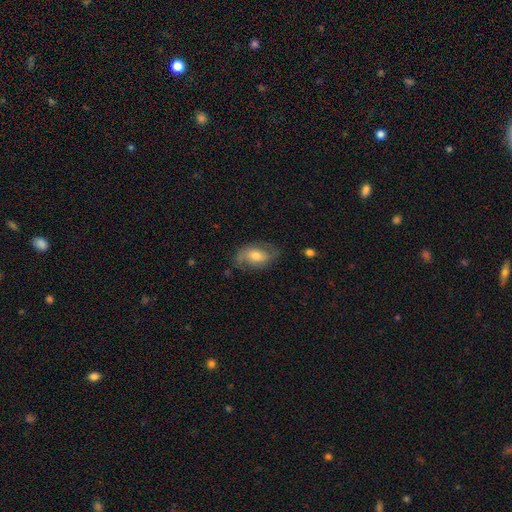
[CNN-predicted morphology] This appears to be a featured or disk galaxy (54%) with no bar (51%), spiral arms (81%) and a moderate central bulge (65%). Merging: none (67%).